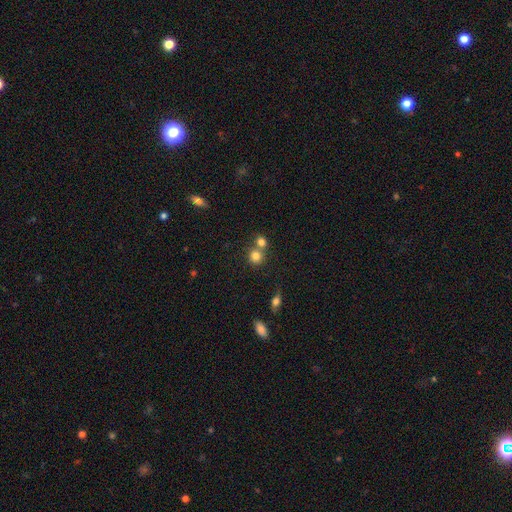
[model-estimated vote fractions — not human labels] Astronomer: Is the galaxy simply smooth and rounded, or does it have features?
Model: smooth — 80%.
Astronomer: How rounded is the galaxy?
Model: round — 85%.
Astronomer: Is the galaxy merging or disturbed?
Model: none — 50% (runner-up: merger, 41%).